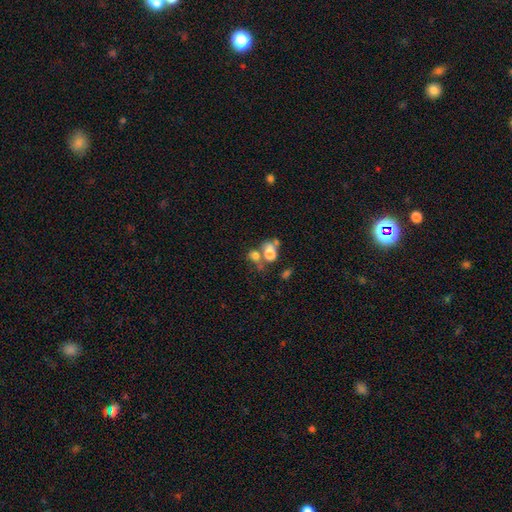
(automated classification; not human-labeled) Overall: smooth (68%). How rounded: in between (53%; round 46%). Merging: merger (51%; none 29%).